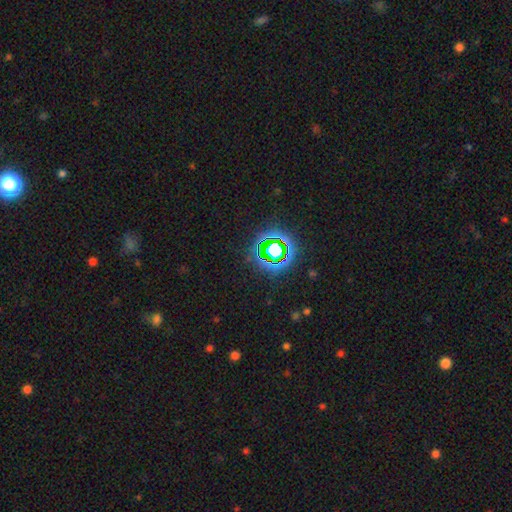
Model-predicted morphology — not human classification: Smooth or featured? Predicted: star or artifact (p=0.70).